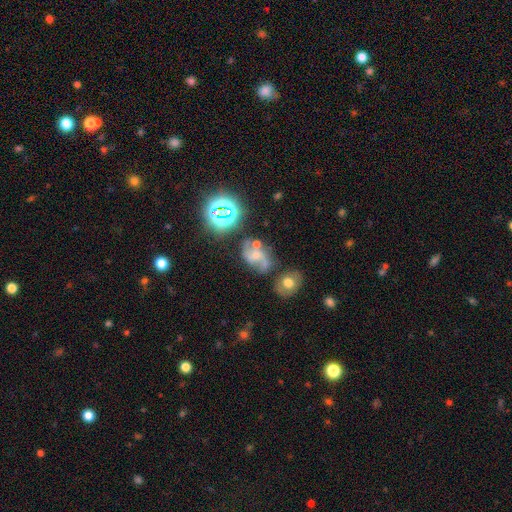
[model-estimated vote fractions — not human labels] A featured or disk galaxy (63%) with no bar (52%), 2 (85%) loose (56%) spiral arms (87%) and a small central bulge (44%). Merging: none (49%).